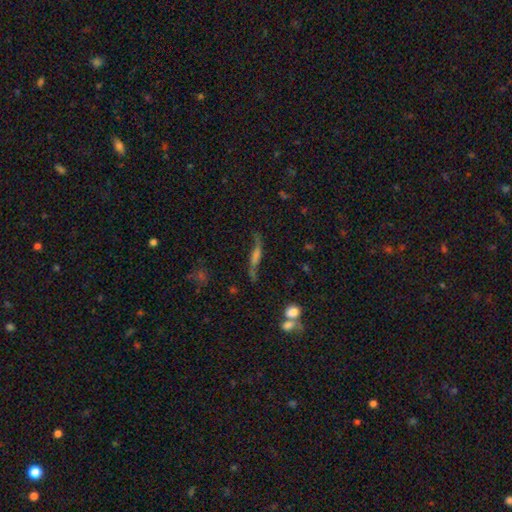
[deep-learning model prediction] A featured or disk galaxy (66%) viewed edge-on (50%, tied with no). Merging: none (66%).